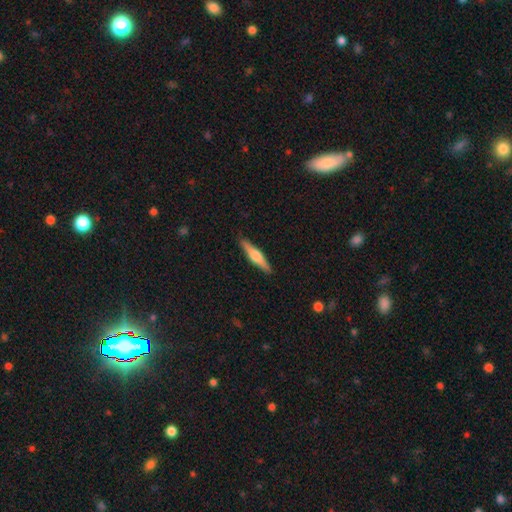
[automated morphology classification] type=featured or disk (54%); edge-on=yes (97%); edge-on bulge=rounded (82%); merging=none (90%).